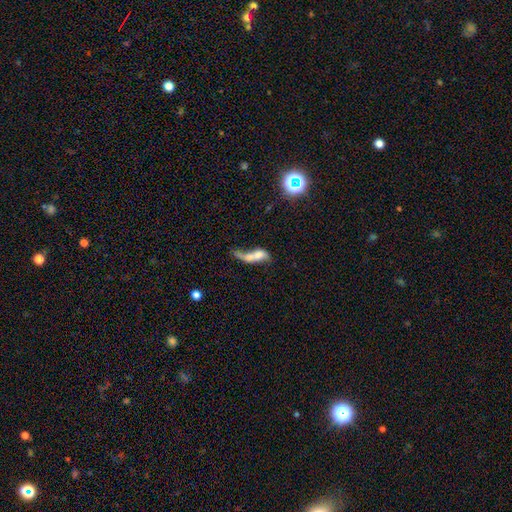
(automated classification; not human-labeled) The model was most divided on "smooth or featured": smooth: 47%, featured or disk: 40%, star or artifact: 12%. Remaining: merging — merger (44%).